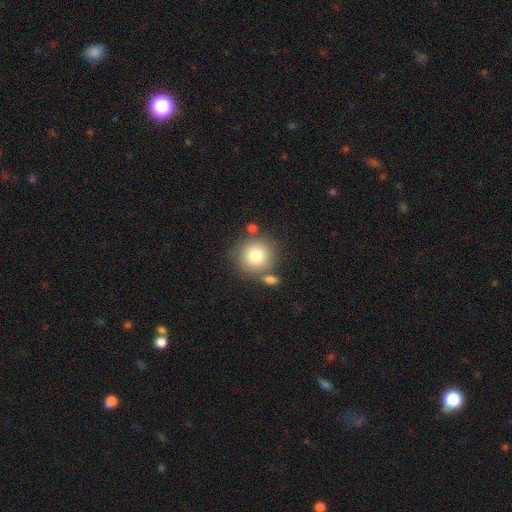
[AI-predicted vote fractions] Overall: smooth (79%). How rounded: round (93%). Merging: none (73%).